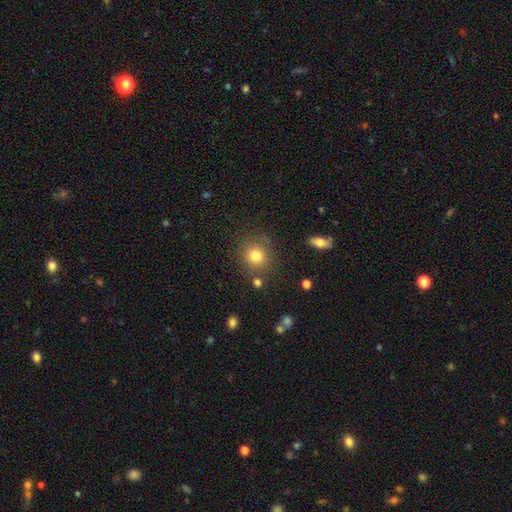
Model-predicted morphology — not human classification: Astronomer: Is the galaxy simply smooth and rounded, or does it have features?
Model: smooth — 79%.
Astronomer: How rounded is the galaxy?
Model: round — 88%.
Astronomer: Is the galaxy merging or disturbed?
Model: none — 80%.